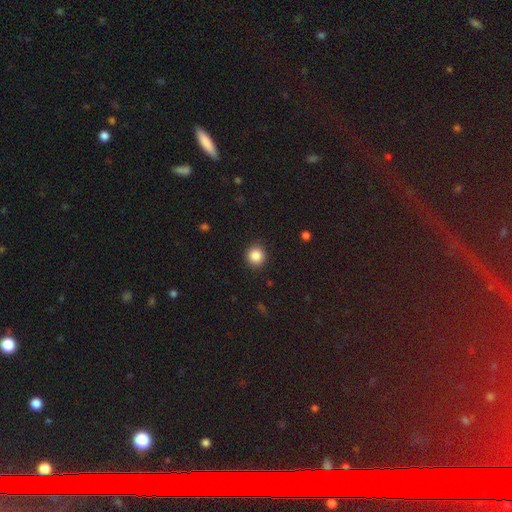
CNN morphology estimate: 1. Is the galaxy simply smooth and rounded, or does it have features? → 86% smooth, 10% star or artifact, 4% featured or disk.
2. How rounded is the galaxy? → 93% round, 6% in between, 1% cigar-shaped.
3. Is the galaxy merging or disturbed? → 92% none, 5% minor disturbance, 2% major disturbance, 1% merger.